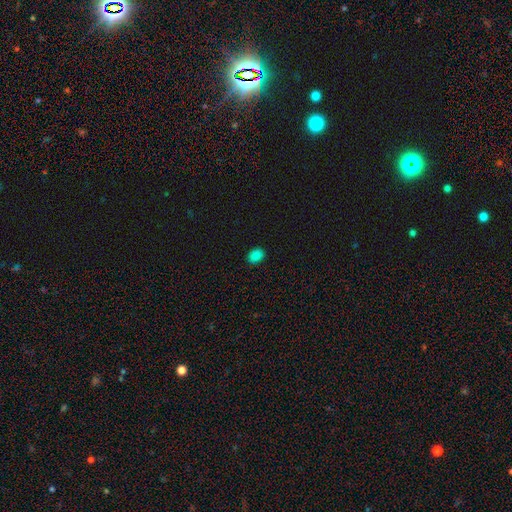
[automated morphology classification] Q: Smooth or featured?
A: smooth (85%); runner-up: star or artifact (13%)
Q: How rounded?
A: in between (72%); runner-up: round (27%)
Q: Merging?
A: none (89%); runner-up: minor disturbance (8%)